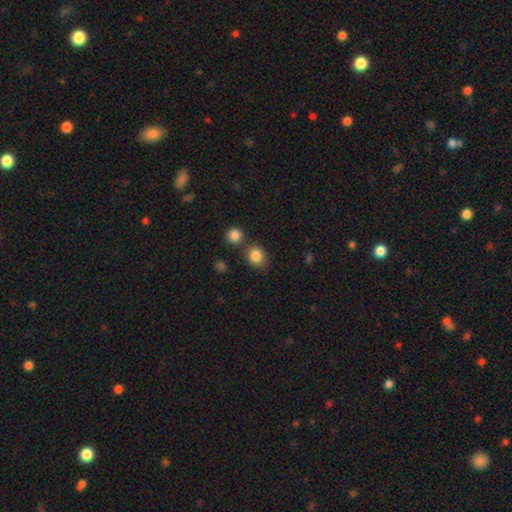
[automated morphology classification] Smooth or featured?
  - smooth: 84% *
  - star or artifact: 10%
  - featured or disk: 6%
How rounded?
  - round: 69% *
  - in between: 30%
  - cigar-shaped: 1%
Merging?
  - none: 67% *
  - merger: 15%
  - minor disturbance: 14%
  - major disturbance: 4%